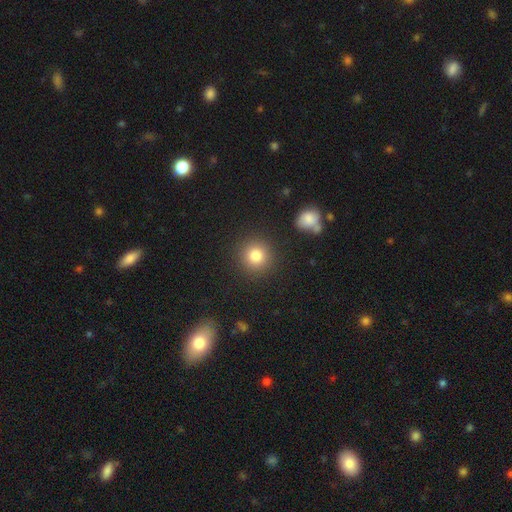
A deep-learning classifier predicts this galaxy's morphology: The model was most divided on "smooth or featured": smooth: 82%, star or artifact: 11%, featured or disk: 6%. More confident: how rounded — round (93%); merging — none (88%).